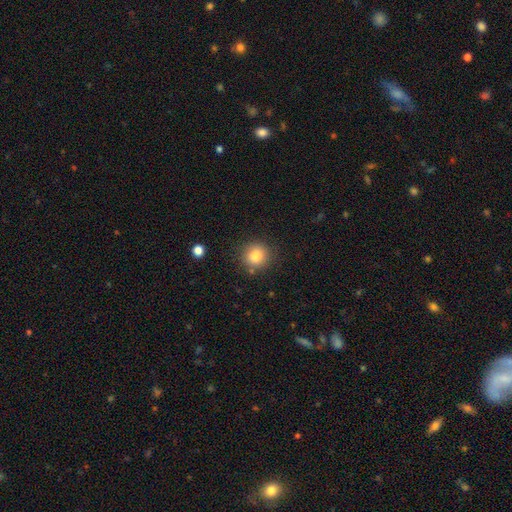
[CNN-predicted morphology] Smooth or featured?
  - smooth: 82% *
  - star or artifact: 11%
  - featured or disk: 7%
How rounded?
  - round: 89% *
  - in between: 10%
  - cigar-shaped: 1%
Merging?
  - none: 85% *
  - minor disturbance: 9%
  - major disturbance: 3%
  - merger: 3%